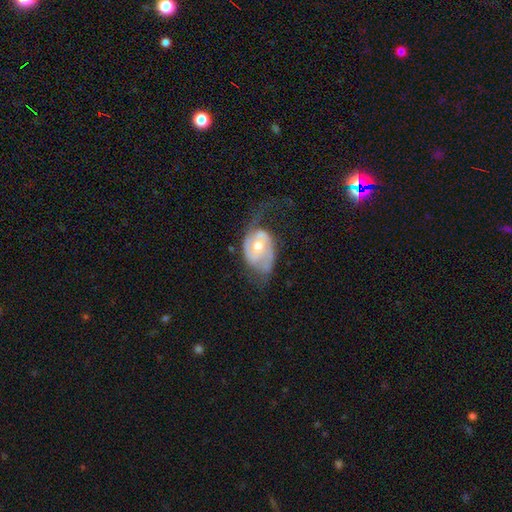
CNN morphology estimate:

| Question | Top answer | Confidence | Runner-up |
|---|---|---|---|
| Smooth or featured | featured or disk | 79% | smooth (15%) |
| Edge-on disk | no | 96% | yes (4%) |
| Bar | no | 63% | weak (30%) |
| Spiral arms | yes | 89% | no (11%) |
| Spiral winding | medium | 41% | tight (31%) |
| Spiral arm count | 2 | 72% | can't tell (12%) |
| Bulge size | moderate | 66% | small (28%) |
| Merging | none | 39% | major disturbance (33%) |